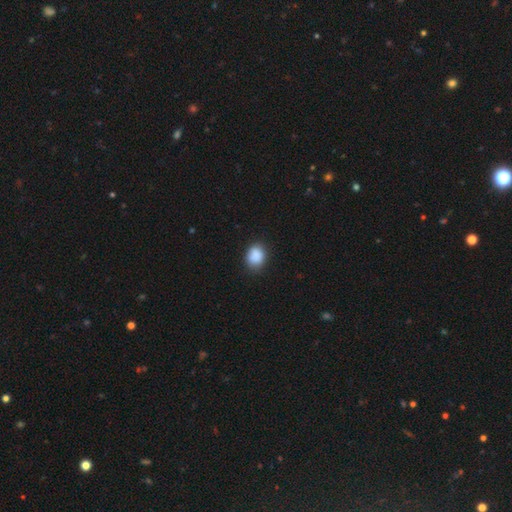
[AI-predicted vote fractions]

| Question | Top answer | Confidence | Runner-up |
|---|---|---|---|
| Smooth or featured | smooth | 88% | star or artifact (8%) |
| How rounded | in between | 50% | round (49%) |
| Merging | none | 81% | minor disturbance (15%) |